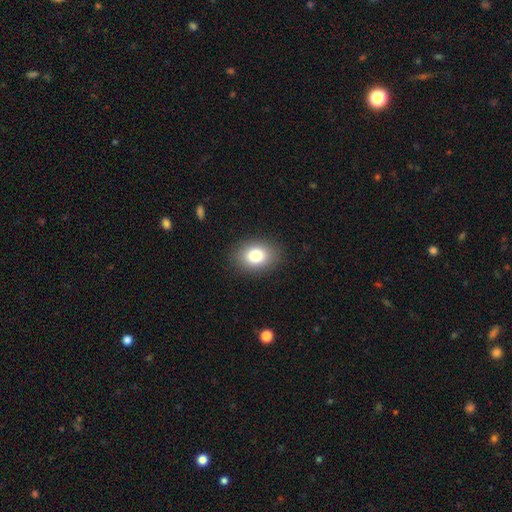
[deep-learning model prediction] This appears to be a smooth galaxy with no disk features (80%) that is in between round and cigar-shaped (67%). Merging: none (88%).